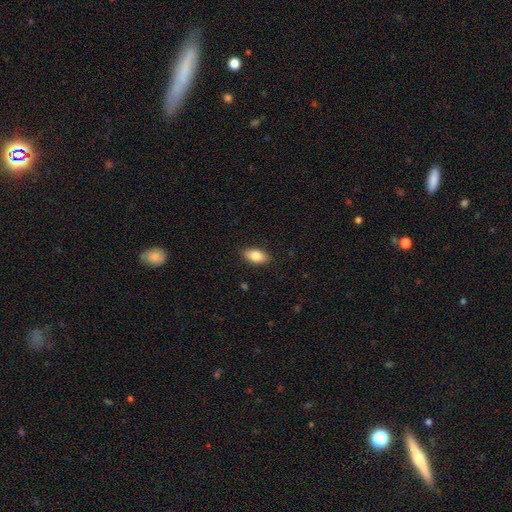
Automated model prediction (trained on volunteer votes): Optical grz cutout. It shows a smooth galaxy with no disk features (84%) that is in between round and cigar-shaped (91%). Merging: none (88%).